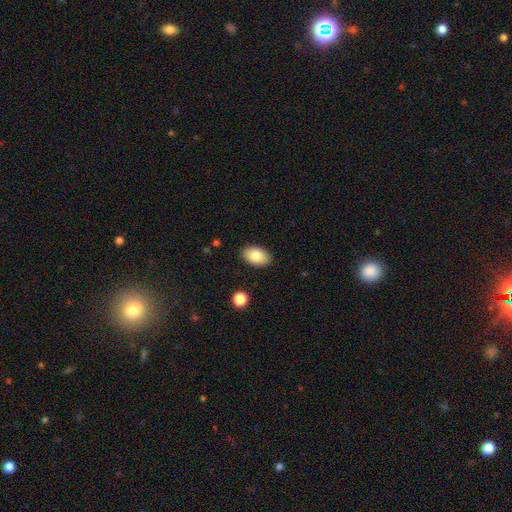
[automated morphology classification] smooth_or_featured: smooth (p=0.82) [alt: featured or disk p=0.11]
how_rounded: in between (p=0.92) [alt: round p=0.07]
merging: none (p=0.88) [alt: minor disturbance p=0.09]